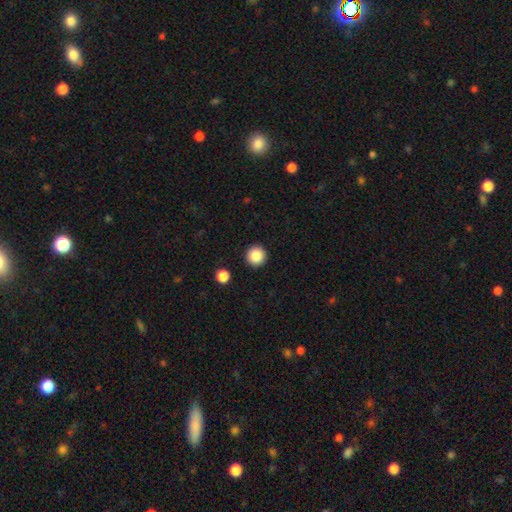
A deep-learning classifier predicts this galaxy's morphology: This is clearly a smooth galaxy (87%). How rounded: clearly round (96%). Merging: clearly none (92%).